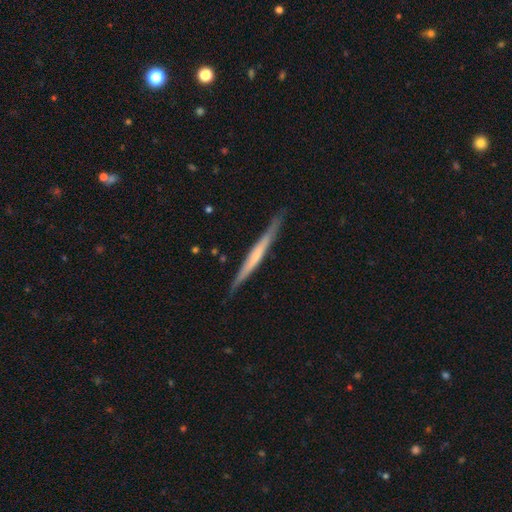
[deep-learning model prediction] smooth-or-featured: featured or disk: 59% | smooth: 36% | star or artifact: 5%
  disk-edge-on: yes: 97% | no: 3%
    edge-on-bulge: none: 66% | rounded: 23% | boxy: 11%
  merging: none: 87% | minor disturbance: 10% | major disturbance: 2% | merger: 1%